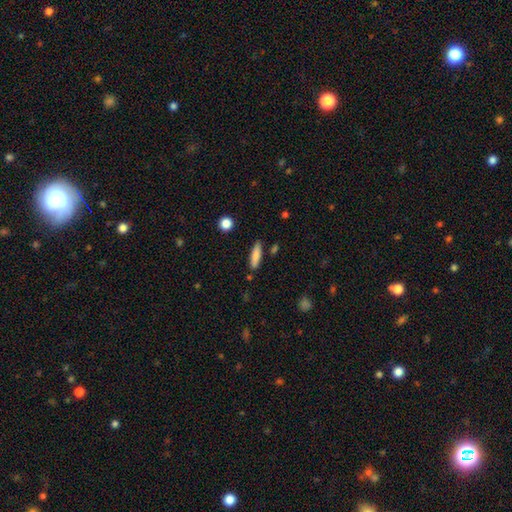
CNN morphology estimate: Smooth or featured? smooth (82%)
How rounded? cigar-shaped (71%)
Merging? none (83%)